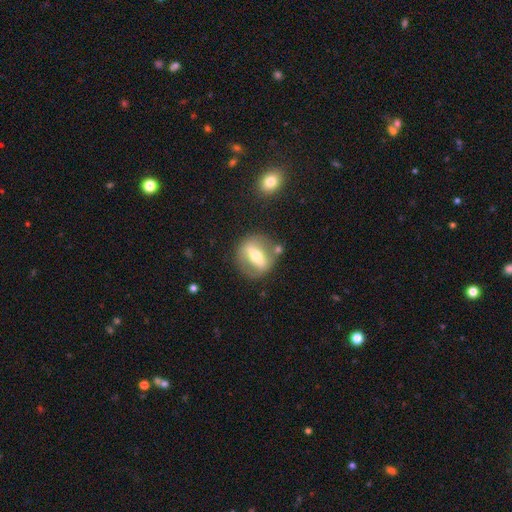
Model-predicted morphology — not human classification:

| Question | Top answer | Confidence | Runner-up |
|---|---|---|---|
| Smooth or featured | featured or disk | 64% | smooth (29%) |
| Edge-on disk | no | 66% | yes (34%) |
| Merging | none | 74% | minor disturbance (13%) |